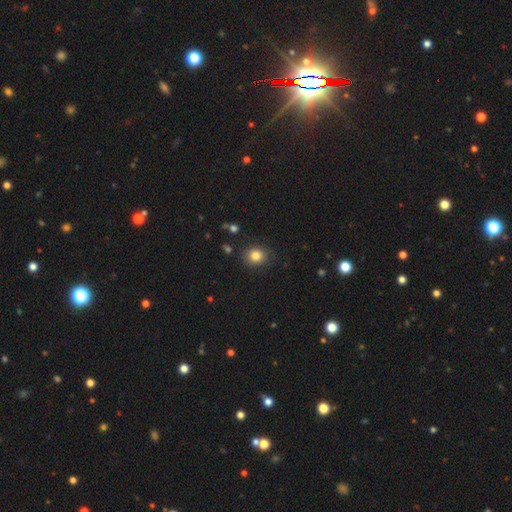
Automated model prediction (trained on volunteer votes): A smooth galaxy with no disk features (83%) that is round (72%).

Vote fractions:
- Smooth or featured? smooth: 83% / star or artifact: 11% / featured or disk: 7%
- How rounded? round: 72% / in between: 27% / cigar-shaped: 1%
- Merging? none: 84% / minor disturbance: 11% / major disturbance: 3% / merger: 2%